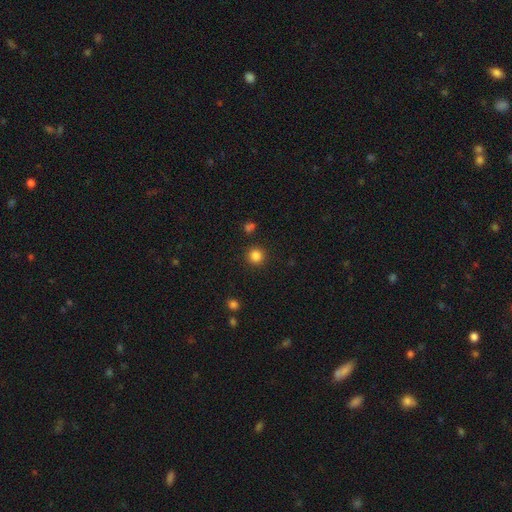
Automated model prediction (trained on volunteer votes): Smooth or featured?
  - smooth: 84% *
  - star or artifact: 12%
  - featured or disk: 4%
How rounded?
  - round: 93% *
  - in between: 6%
  - cigar-shaped: 1%
Merging?
  - none: 90% *
  - minor disturbance: 6%
  - merger: 2%
  - major disturbance: 2%